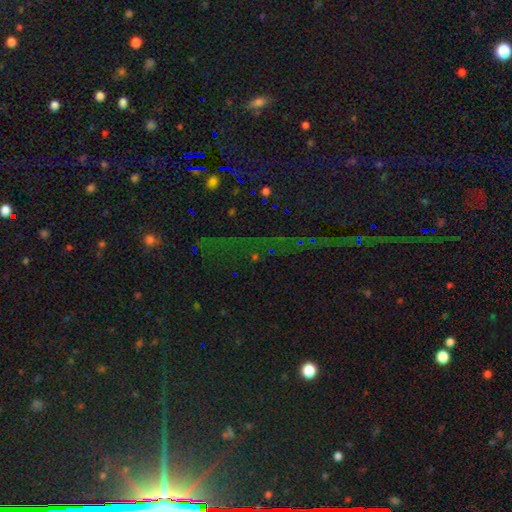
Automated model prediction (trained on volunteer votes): Overall: star or artifact (77%).